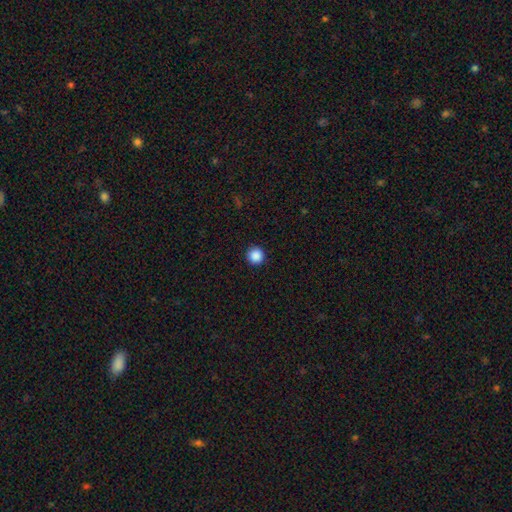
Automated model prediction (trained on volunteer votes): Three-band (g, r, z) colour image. It shows a smooth galaxy with no disk features (88%) that is round (96%). Merging: none (93%).